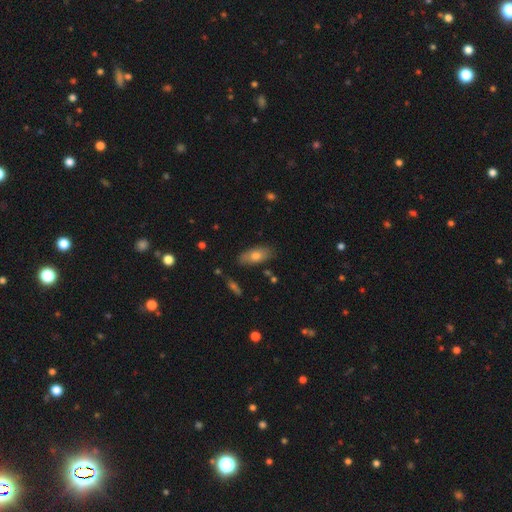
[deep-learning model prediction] Q: Smooth or featured?
A: smooth (72%); runner-up: featured or disk (21%)
Q: How rounded?
A: in between (87%); runner-up: cigar-shaped (10%)
Q: Merging?
A: none (81%); runner-up: minor disturbance (14%)